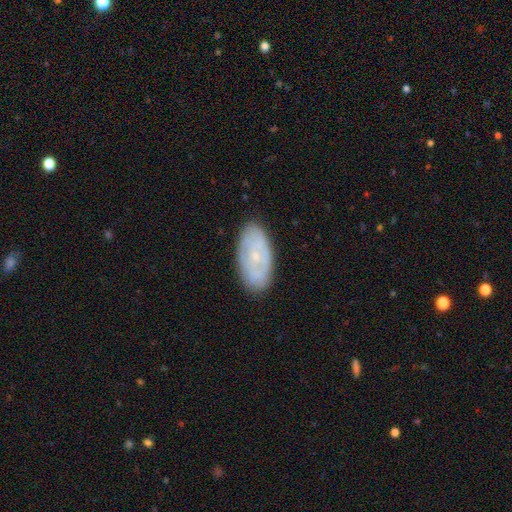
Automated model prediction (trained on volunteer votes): Overall: featured or disk (54%; smooth 37%). Edge-on disk: no (91%). Merging: none (84%).